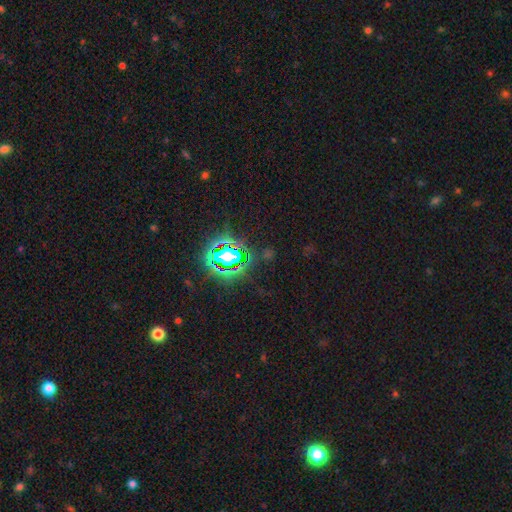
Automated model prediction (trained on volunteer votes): This appears to be a star or artifact, not a galaxy (81%).